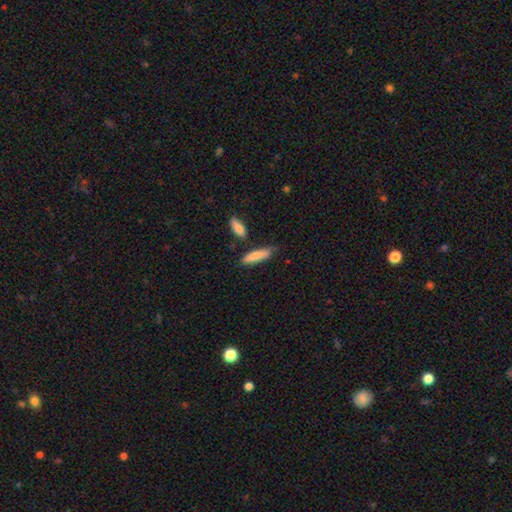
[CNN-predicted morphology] smooth 82%, featured or disk 12%, star or artifact 6%. Down the decision tree: how rounded — cigar-shaped (65%); merging — none (67%).